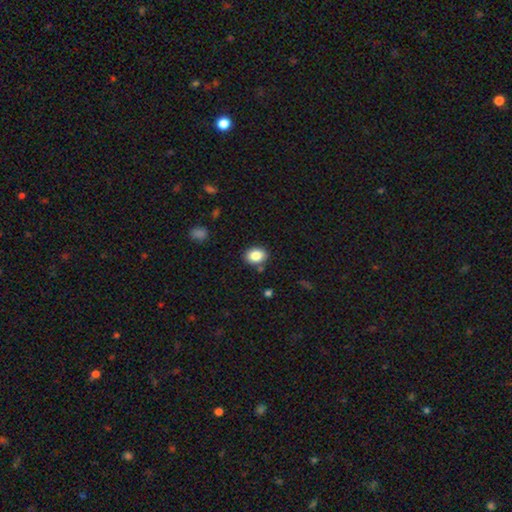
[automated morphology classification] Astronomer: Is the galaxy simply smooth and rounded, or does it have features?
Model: smooth — 85%.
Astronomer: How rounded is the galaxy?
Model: in between — 62% (runner-up: round, 37%).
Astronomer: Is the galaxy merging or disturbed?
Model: none — 84%.